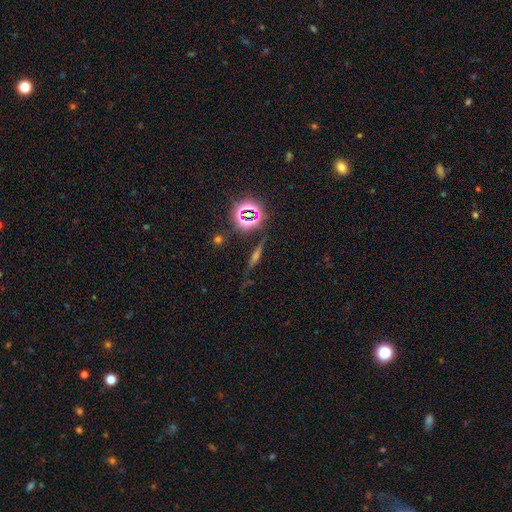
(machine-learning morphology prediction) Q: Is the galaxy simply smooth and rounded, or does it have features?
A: featured or disk — 41%.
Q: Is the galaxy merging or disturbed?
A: none — 84%.